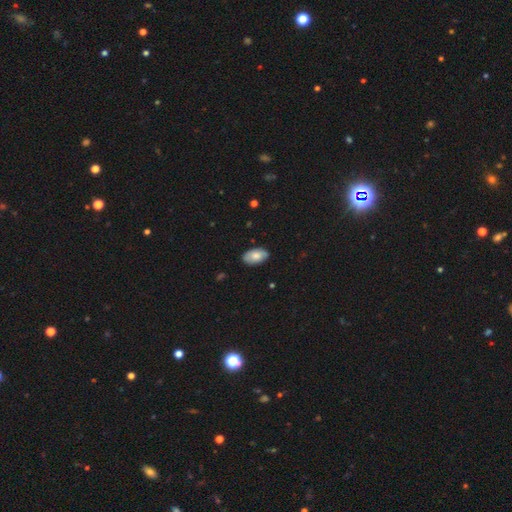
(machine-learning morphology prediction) Smooth or featured? Predicted: smooth (p=0.73). How rounded? Predicted: in between (p=0.94). Merging? Predicted: none (p=0.83).